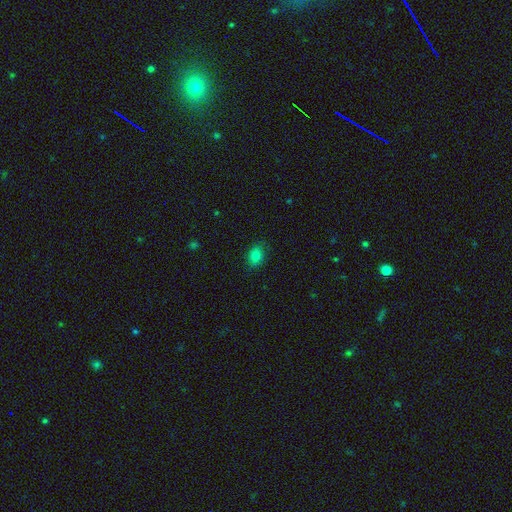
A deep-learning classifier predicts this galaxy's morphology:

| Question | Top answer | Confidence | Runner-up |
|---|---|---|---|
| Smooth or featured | smooth | 80% | star or artifact (12%) |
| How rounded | in between | 70% | round (29%) |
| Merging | none | 85% | minor disturbance (11%) |